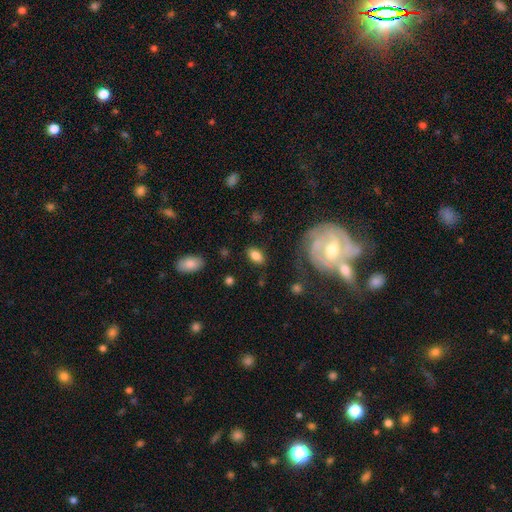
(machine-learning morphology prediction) smooth 79%, featured or disk 13%, star or artifact 8%. Down the decision tree: how rounded — in between (89%); merging — none (81%).